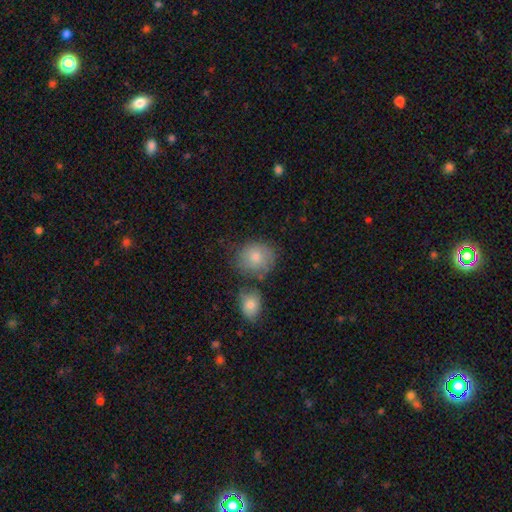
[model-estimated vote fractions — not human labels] A smooth galaxy with no disk features (75%) that is round (69%). Merging: none (63%).